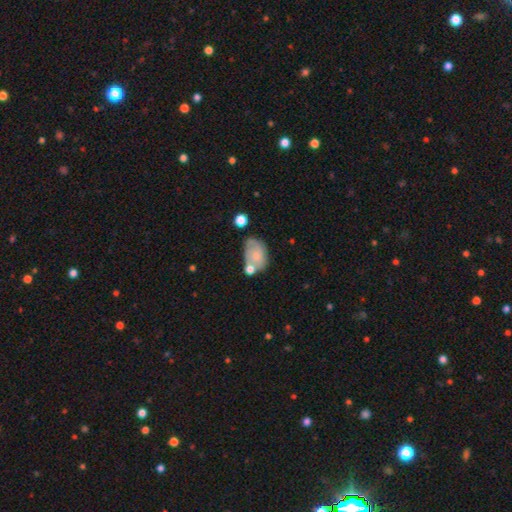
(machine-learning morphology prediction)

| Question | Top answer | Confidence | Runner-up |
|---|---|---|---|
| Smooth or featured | smooth | 62% | featured or disk (30%) |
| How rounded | in between | 85% | round (14%) |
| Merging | none | 38% | minor disturbance (27%) |